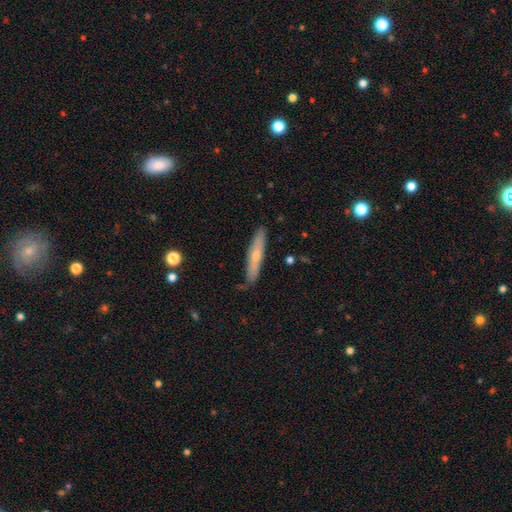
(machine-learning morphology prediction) A smooth galaxy with no disk features (51%) that is cigar-shaped (88%).

Vote fractions:
- Smooth or featured? smooth: 51% / featured or disk: 43% / star or artifact: 6%
- How rounded? cigar-shaped: 88% / in between: 11% / round: 2%
- Merging? none: 82% / minor disturbance: 14% / major disturbance: 2% / merger: 2%